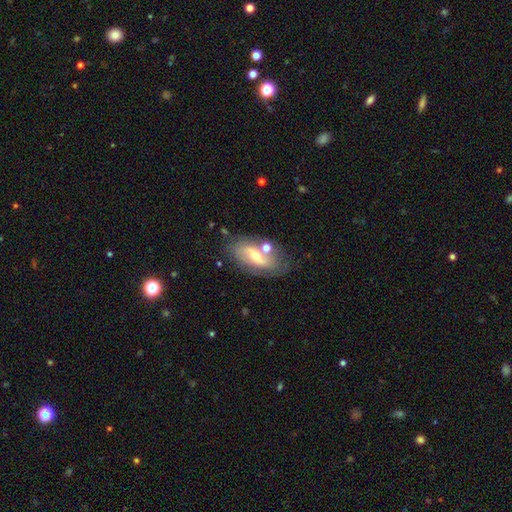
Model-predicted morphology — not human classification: Overall: featured or disk (62%; smooth 29%). Edge-on disk: no (88%). Bar: weak (38%; no 32%). Spiral arms: yes (67%; no 33%). Bulge size: moderate (58%; small 35%). Merging: none (64%).